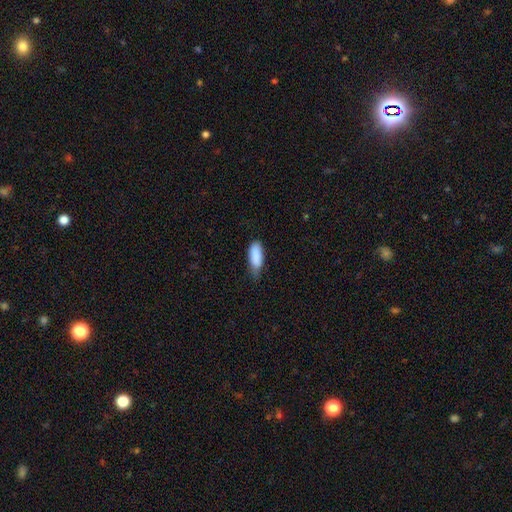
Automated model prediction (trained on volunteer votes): A smooth galaxy with no disk features (88%) that is in between round and cigar-shaped (79%). Merging: none (50%).